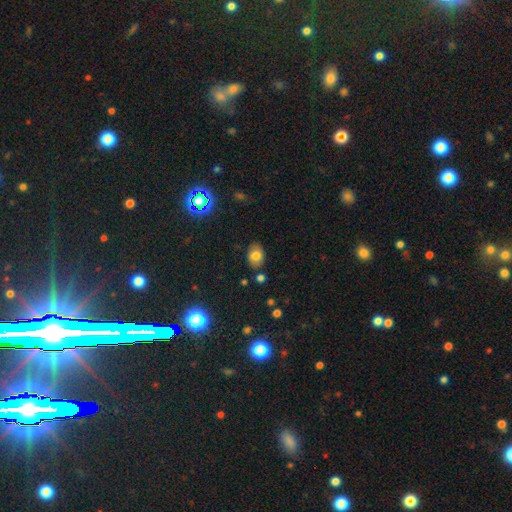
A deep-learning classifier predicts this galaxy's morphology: smooth-or-featured: smooth: 72% | featured or disk: 16% | star or artifact: 12%
  how-rounded: in between: 74% | round: 25% | cigar-shaped: 1%
  merging: none: 80% | minor disturbance: 14% | merger: 3% | major disturbance: 3%